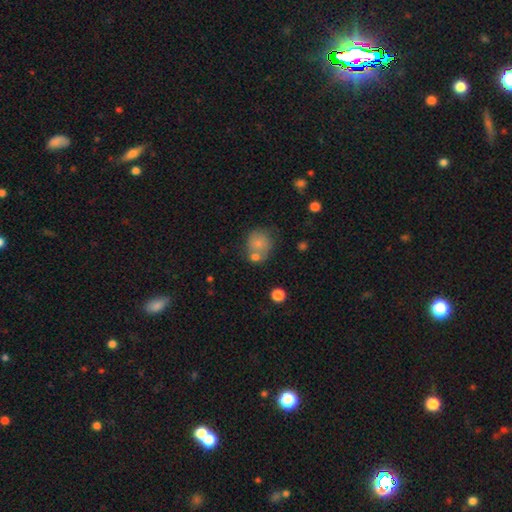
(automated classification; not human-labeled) smooth_or_featured: smooth (p=0.69) [alt: featured or disk p=0.18]
how_rounded: round (p=0.77) [alt: in between p=0.22]
merging: none (p=0.47) [alt: merger p=0.32]